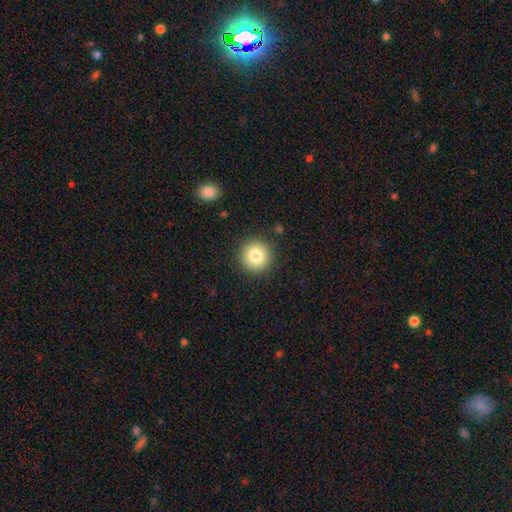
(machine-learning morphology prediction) Smooth or featured: smooth — 82% (star or artifact — 10%)
How rounded: round — 95% (in between — 4%)
Merging: none — 90% (minor disturbance — 6%)